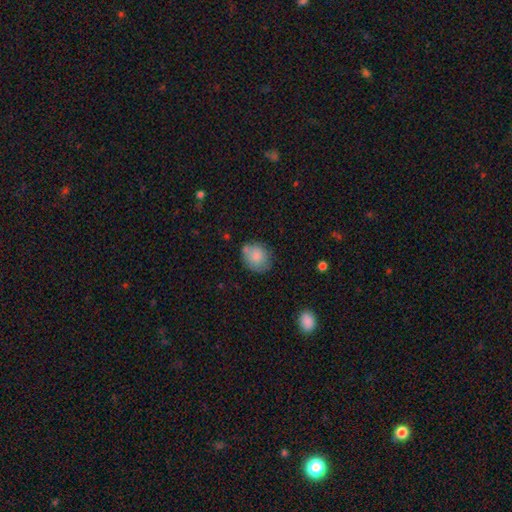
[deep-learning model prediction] This is clearly a smooth galaxy (80%). How rounded: likely round (63%). Merging: likely none (63%).